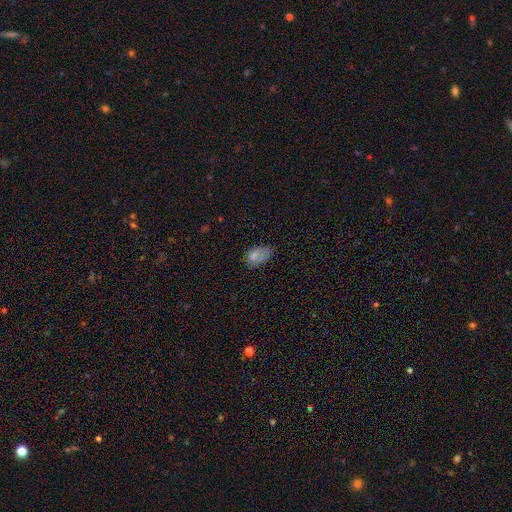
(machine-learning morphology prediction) Smooth or featured: smooth — 74% (star or artifact — 14%)
How rounded: in between — 89% (round — 9%)
Merging: none — 49% (minor disturbance — 33%)